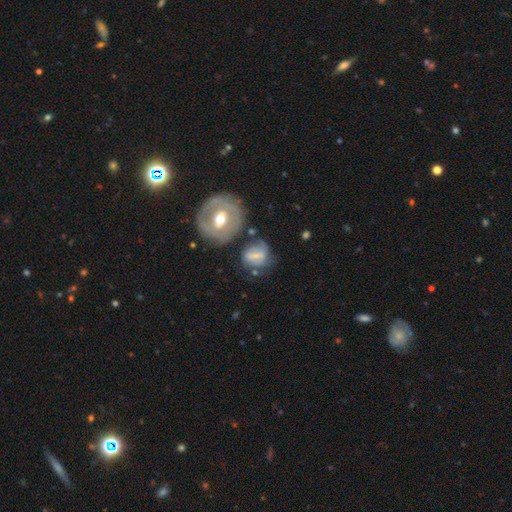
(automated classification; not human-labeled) The model was most divided on "bulge size": small: 45%, moderate: 35%, none: 15%, large: 3%, dominant: 1%. Remaining: edge-on disk — no (95%); spiral arms — yes (65%); smooth or featured — featured or disk (53%); merging — none (53%); bar — weak (46%).